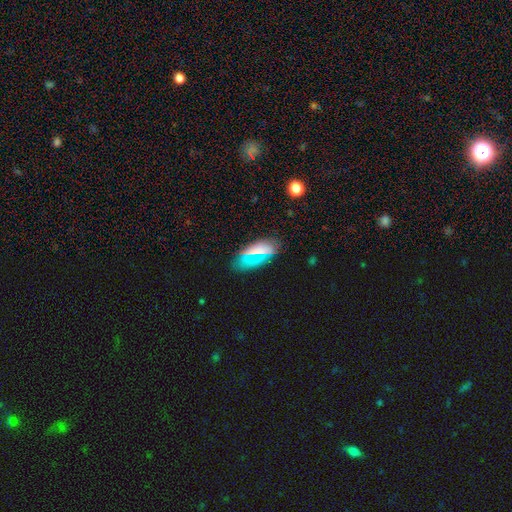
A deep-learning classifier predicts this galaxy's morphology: A smooth galaxy with no disk features (65%) that is in between round and cigar-shaped (86%).

Vote fractions:
- Smooth or featured? smooth: 65% / featured or disk: 18% / star or artifact: 17%
- How rounded? in between: 86% / cigar-shaped: 9% / round: 4%
- Merging? none: 83% / minor disturbance: 12% / major disturbance: 3% / merger: 2%